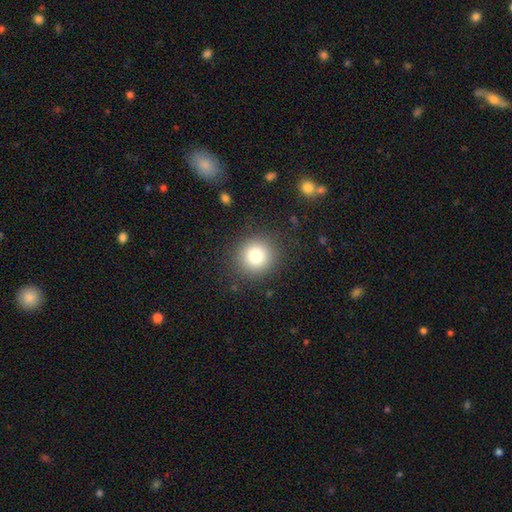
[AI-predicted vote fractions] Smooth or featured? Predicted: smooth (p=0.80). How rounded? Predicted: round (p=0.92). Merging? Predicted: none (p=0.88).